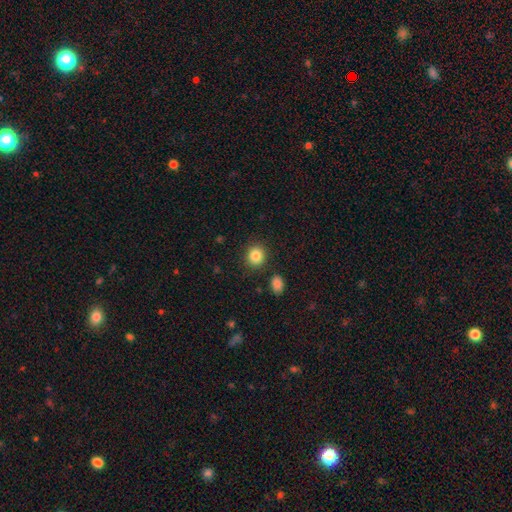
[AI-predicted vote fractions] A smooth galaxy with no disk features (86%) that is round (83%).

Vote fractions:
- Smooth or featured? smooth: 86% / star or artifact: 10% / featured or disk: 5%
- How rounded? round: 83% / in between: 16% / cigar-shaped: 1%
- Merging? none: 87% / minor disturbance: 7% / merger: 3% / major disturbance: 2%